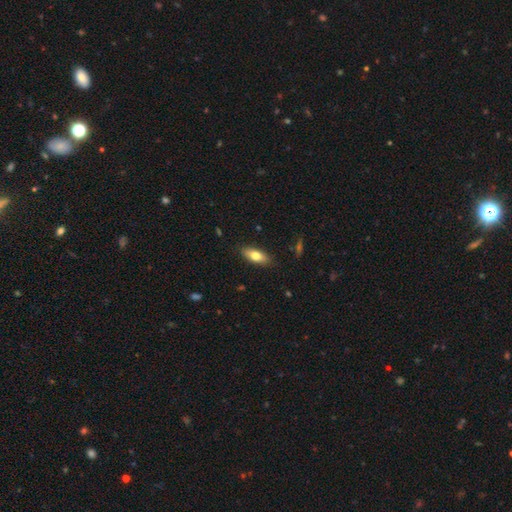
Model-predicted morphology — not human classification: Smooth or featured: smooth — 72% (featured or disk — 21%)
How rounded: in between — 74% (cigar-shaped — 23%)
Merging: none — 86% (minor disturbance — 11%)